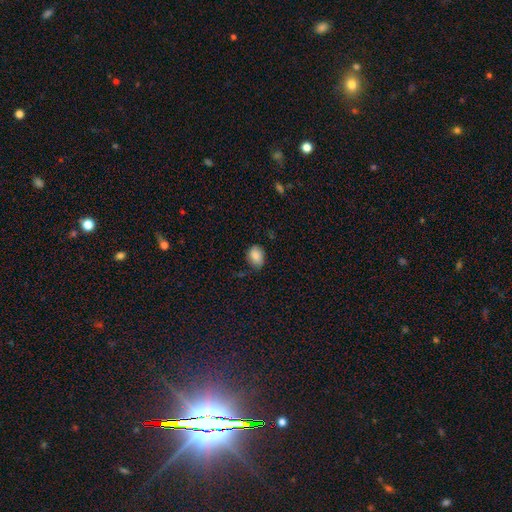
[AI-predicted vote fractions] Smooth or featured? smooth (85%)
How rounded? in between (65%)
Merging? none (70%)